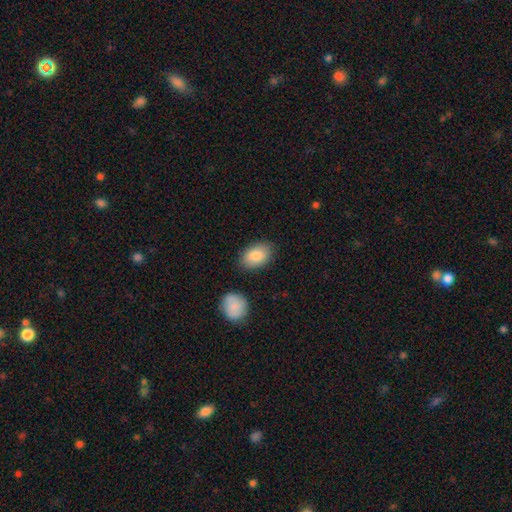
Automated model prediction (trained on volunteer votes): This appears to be a smooth galaxy with no disk features (86%) that is in between round and cigar-shaped (89%). Merging: none (81%).